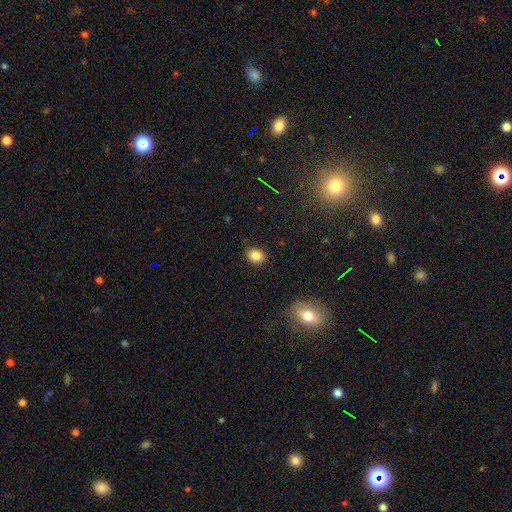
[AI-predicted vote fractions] smooth-or-featured: smooth: 85% | star or artifact: 10% | featured or disk: 5%
  how-rounded: round: 53% | in between: 46% | cigar-shaped: 1%
  merging: none: 86% | minor disturbance: 10% | major disturbance: 2% | merger: 1%